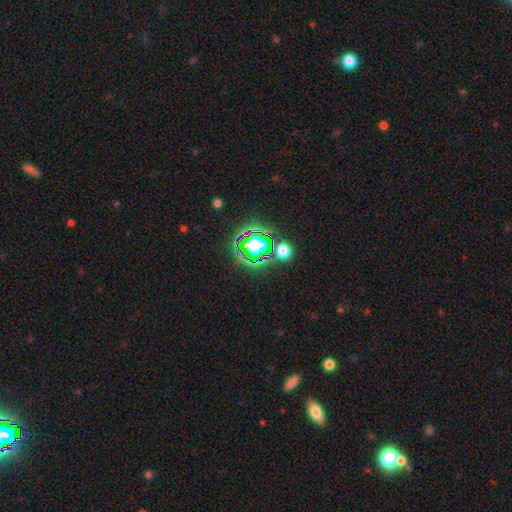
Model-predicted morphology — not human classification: Smooth or featured? star or artifact (79%)